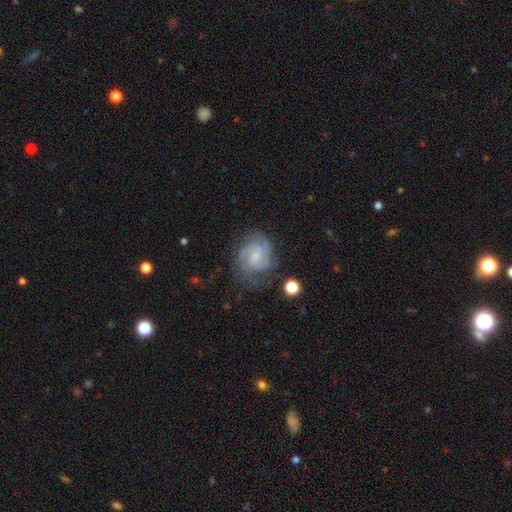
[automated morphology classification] featured or disk 85%, smooth 9%, star or artifact 6%. Down the decision tree: edge-on disk — no (98%); bar — no (50%); spiral arms — yes (97%); spiral arm count — 2 (43%); spiral winding — tight (56%); bulge size — small (56%); merging — none (68%).